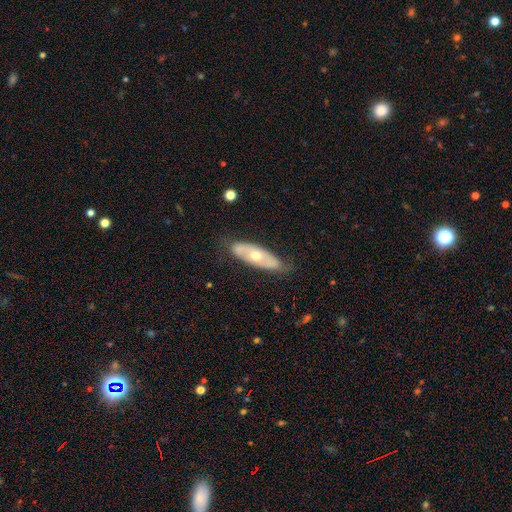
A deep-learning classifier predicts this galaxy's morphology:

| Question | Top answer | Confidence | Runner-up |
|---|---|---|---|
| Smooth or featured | featured or disk | 56% | smooth (38%) |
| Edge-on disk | no | 73% | yes (27%) |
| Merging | none | 73% | minor disturbance (20%) |